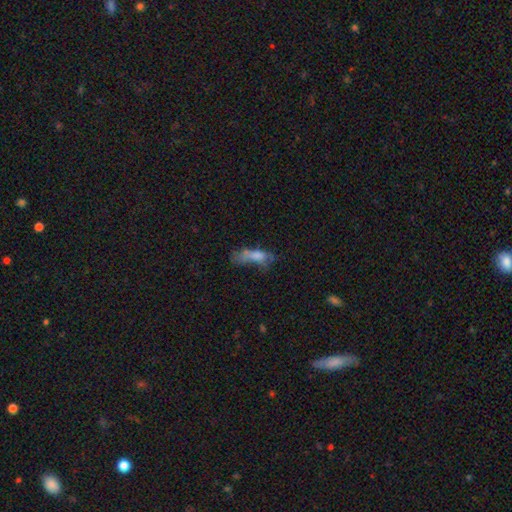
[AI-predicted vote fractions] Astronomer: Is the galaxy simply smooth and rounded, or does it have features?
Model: smooth — 63%.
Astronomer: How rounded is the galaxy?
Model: in between — 59% (runner-up: cigar-shaped, 37%).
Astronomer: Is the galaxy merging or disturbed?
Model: major disturbance — 38% (runner-up: none, 25%).